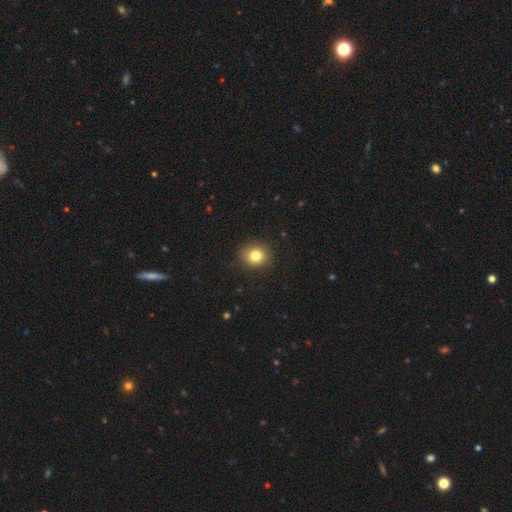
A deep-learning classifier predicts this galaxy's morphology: Smooth or featured: smooth — 81% (star or artifact — 11%)
How rounded: round — 74% (in between — 25%)
Merging: none — 87% (minor disturbance — 10%)